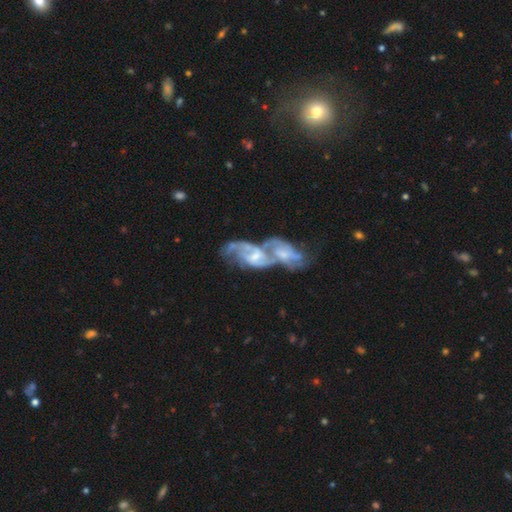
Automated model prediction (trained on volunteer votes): Q: Smooth or featured?
A: featured or disk (80%); runner-up: smooth (13%)
Q: Edge-on disk?
A: no (94%); runner-up: yes (6%)
Q: Bar?
A: no (44%); runner-up: weak (42%)
Q: Spiral arms?
A: yes (89%); runner-up: no (11%)
Q: Spiral winding?
A: medium (47%); runner-up: tight (29%)
Q: Spiral arm count?
A: 2 (64%); runner-up: can't tell (21%)
Q: Bulge size?
A: small (44%); runner-up: moderate (39%)
Q: Merging?
A: merger (76%); runner-up: none (12%)